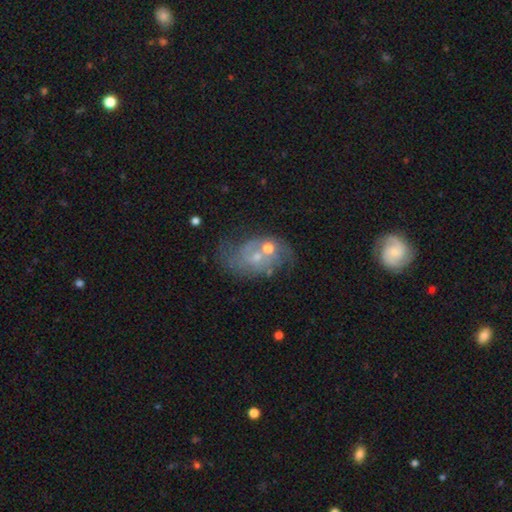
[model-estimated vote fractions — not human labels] The model was most divided on "merging": none: 41%, merger: 24%, minor disturbance: 19%, major disturbance: 17%. More confident: edge-on disk — no (96%); spiral arms — yes (73%); bar — no (71%); smooth or featured — featured or disk (64%); bulge size — small (56%).